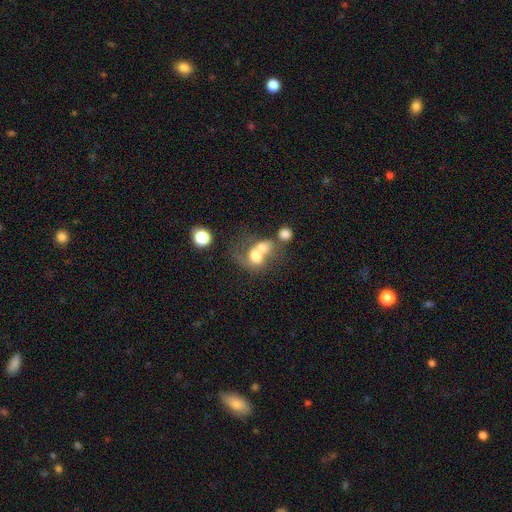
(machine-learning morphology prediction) smooth_or_featured: smooth (p=0.61) [alt: featured or disk p=0.27]
how_rounded: round (p=0.53) [alt: in between p=0.46]
merging: merger (p=0.68) [alt: none p=0.15]